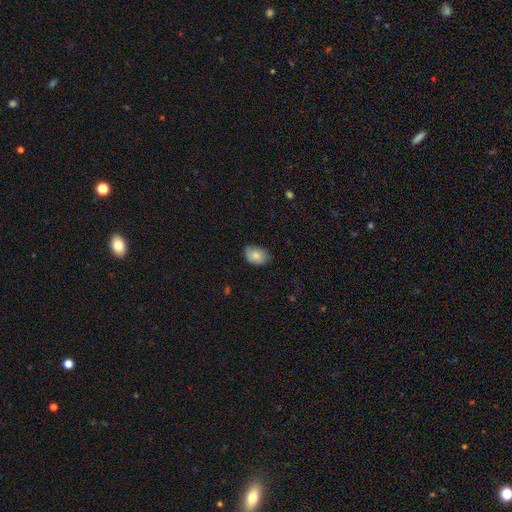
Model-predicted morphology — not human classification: Overall: smooth (81%). How rounded: in between (83%). Merging: none (78%).